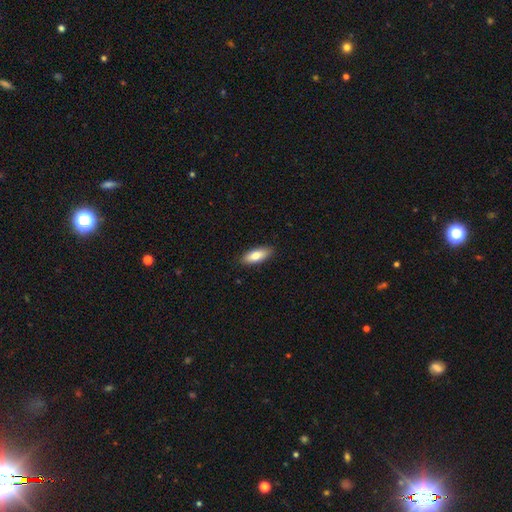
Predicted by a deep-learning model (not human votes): Overall: smooth (78%). How rounded: in between (75%). Merging: none (89%).